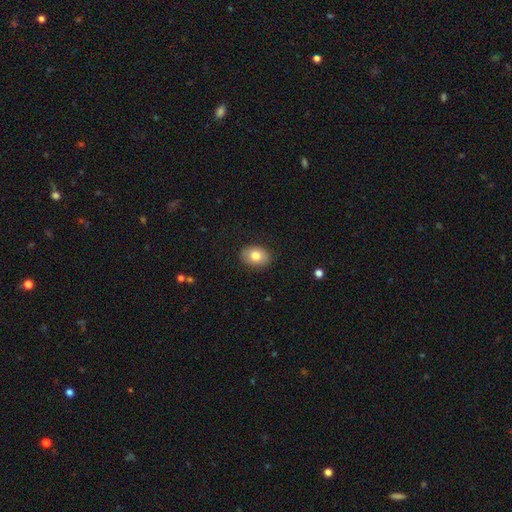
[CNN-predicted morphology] This appears to be a smooth galaxy with no disk features (80%) that is in between round and cigar-shaped (73%). Merging: none (86%).